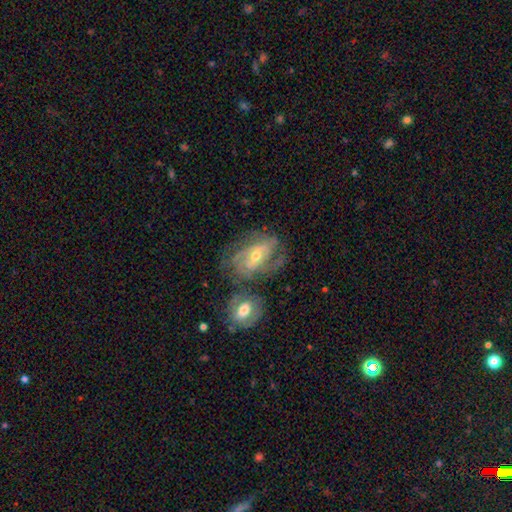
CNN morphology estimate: Smooth or featured?
  - featured or disk: 81% *
  - smooth: 13%
  - star or artifact: 7%
Edge-on disk?
  - no: 95% *
  - yes: 5%
Bar?
  - weak: 41% *
  - no: 33%
  - strong: 26%
Spiral arms?
  - yes: 90% *
  - no: 10%
Spiral winding?
  - tight: 49% *
  - medium: 38%
  - loose: 12%
Spiral arm count?
  - 2: 42% *
  - can't tell: 28%
  - 3: 19%
  - 1: 4%
  - 4: 4%
  - more than 4: 3%
Bulge size?
  - moderate: 55% *
  - small: 41%
  - large: 2%
  - none: 1%
  - dominant: 1%
Merging?
  - none: 51% *
  - merger: 20%
  - minor disturbance: 18%
  - major disturbance: 11%